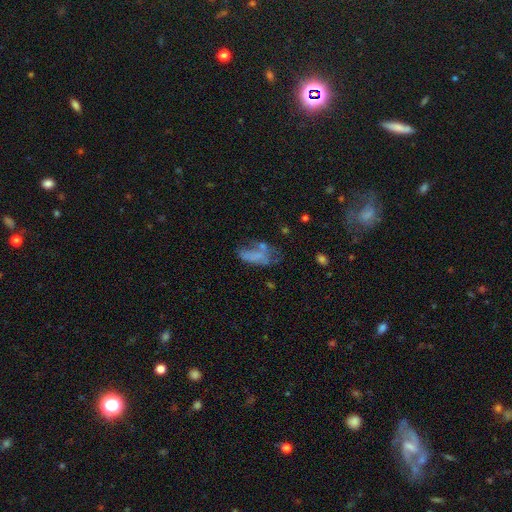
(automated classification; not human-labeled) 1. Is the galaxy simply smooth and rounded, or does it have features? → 48% smooth, 37% featured or disk, 15% star or artifact.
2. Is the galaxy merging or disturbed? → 34% major disturbance, 29% none, 22% minor disturbance, 15% merger.